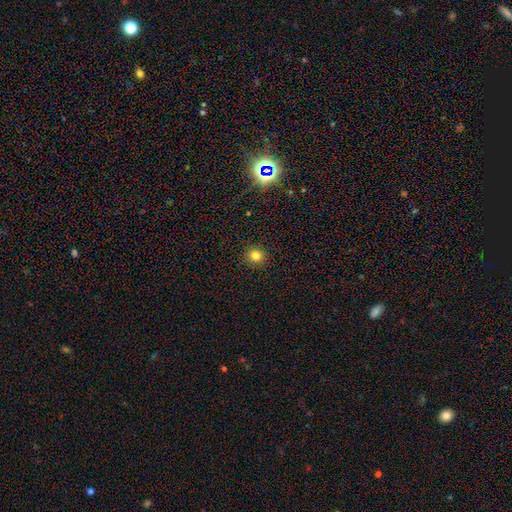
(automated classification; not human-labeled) This is likely a smooth galaxy (79%). How rounded: clearly round (91%). Merging: clearly none (92%).